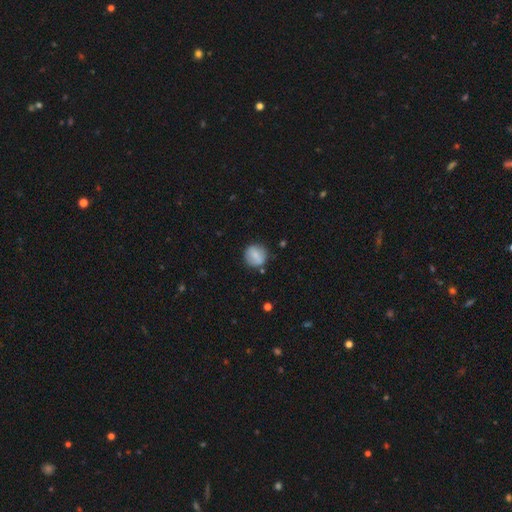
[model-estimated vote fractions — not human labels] Overall: smooth (74%). How rounded: round (86%). Merging: none (82%).